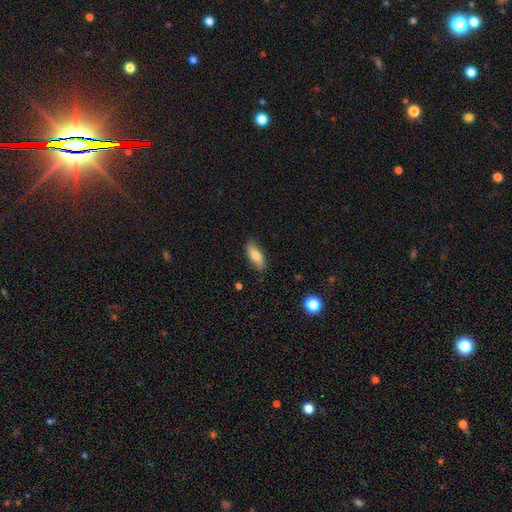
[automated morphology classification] A smooth galaxy with no disk features (76%) that is in between round and cigar-shaped (73%).

Vote fractions:
- Smooth or featured? smooth: 76% / featured or disk: 18% / star or artifact: 6%
- How rounded? in between: 73% / cigar-shaped: 25% / round: 3%
- Merging? none: 84% / minor disturbance: 13% / major disturbance: 2% / merger: 1%